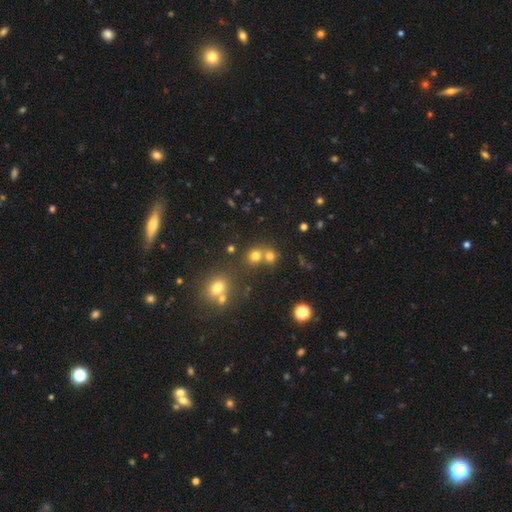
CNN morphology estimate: smooth-or-featured: smooth: 71% | star or artifact: 20% | featured or disk: 9%
  how-rounded: round: 82% | in between: 17% | cigar-shaped: 1%
  merging: none: 55% | merger: 35% | minor disturbance: 7% | major disturbance: 3%